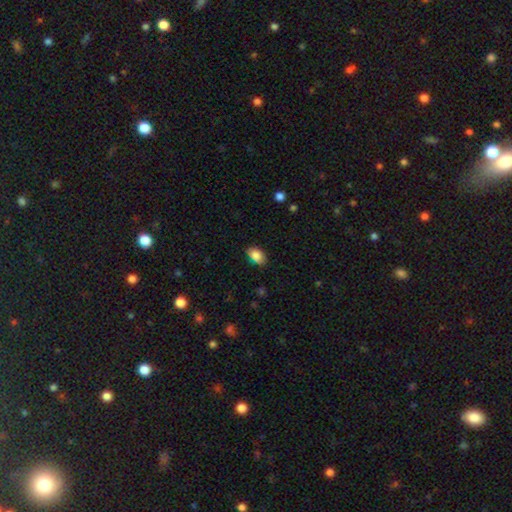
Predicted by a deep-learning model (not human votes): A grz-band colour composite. It shows a smooth galaxy with no disk features (86%) that is in between round and cigar-shaped (90%). Merging: none (81%).